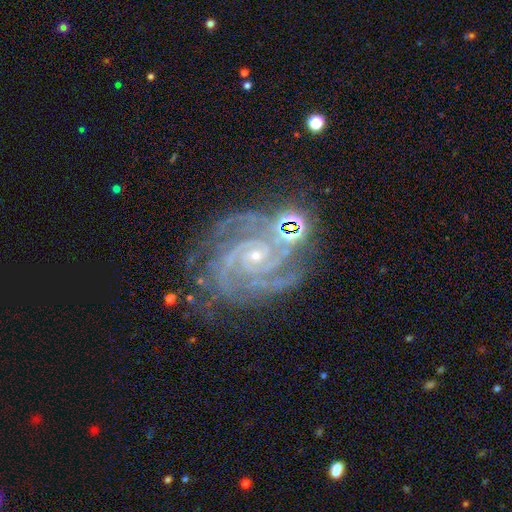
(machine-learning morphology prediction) Q: Smooth or featured?
A: featured or disk (91%); runner-up: star or artifact (7%)
Q: Edge-on disk?
A: no (98%); runner-up: yes (2%)
Q: Bar?
A: no (69%); runner-up: weak (21%)
Q: Spiral arms?
A: yes (99%); runner-up: no (1%)
Q: Spiral winding?
A: tight (71%); runner-up: medium (26%)
Q: Spiral arm count?
A: 4 (29%); runner-up: 3 (28%)
Q: Bulge size?
A: small (84%); runner-up: moderate (12%)
Q: Merging?
A: none (69%); runner-up: minor disturbance (18%)